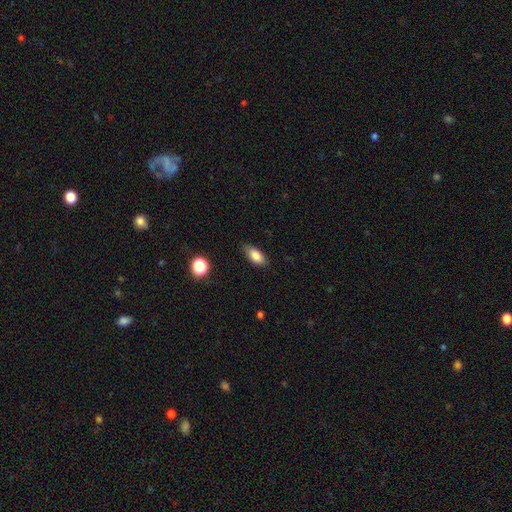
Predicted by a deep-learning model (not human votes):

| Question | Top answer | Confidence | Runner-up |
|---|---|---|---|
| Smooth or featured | smooth | 83% | featured or disk (9%) |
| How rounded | in between | 87% | cigar-shaped (8%) |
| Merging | none | 80% | minor disturbance (15%) |